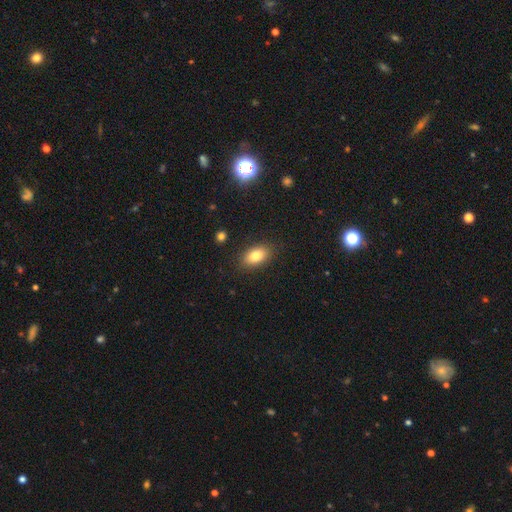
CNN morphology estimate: smooth 81%, featured or disk 10%, star or artifact 8%. Down the decision tree: how rounded — in between (90%); merging — none (86%).